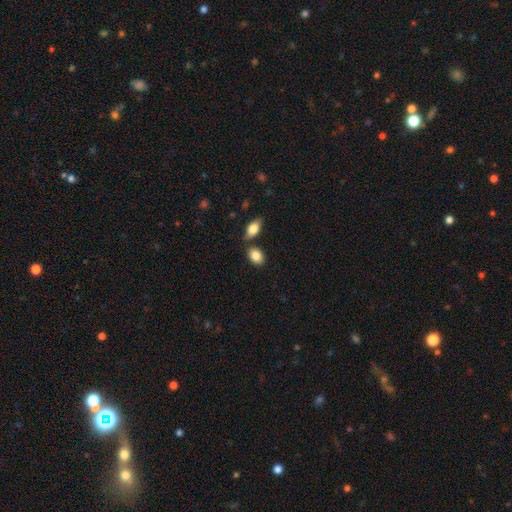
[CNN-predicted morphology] smooth 85%, featured or disk 8%, star or artifact 7%. Down the decision tree: how rounded — in between (81%); merging — none (71%).